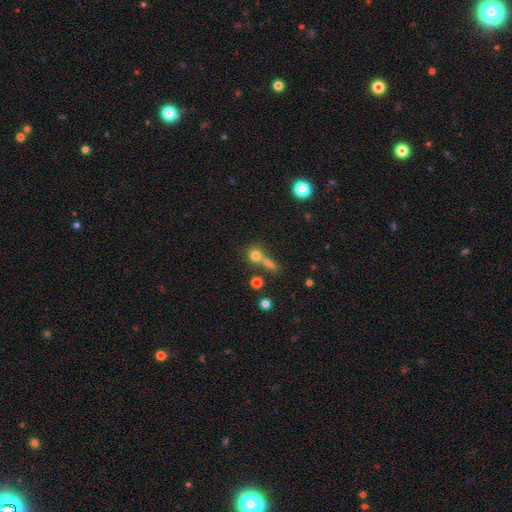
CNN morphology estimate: Smooth or featured?
  - smooth: 73% *
  - star or artifact: 15%
  - featured or disk: 13%
How rounded?
  - round: 79% *
  - in between: 17%
  - cigar-shaped: 4%
Merging?
  - none: 44% *
  - merger: 42%
  - minor disturbance: 8%
  - major disturbance: 6%